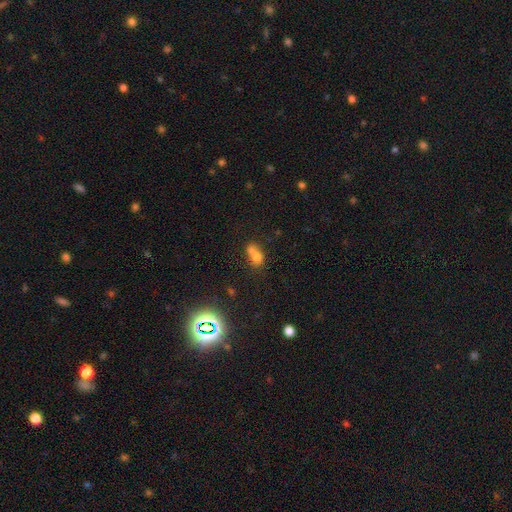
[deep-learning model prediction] This appears to be a smooth galaxy with no disk features (67%) that is in between round and cigar-shaped (51%). Merging: merger (64%).